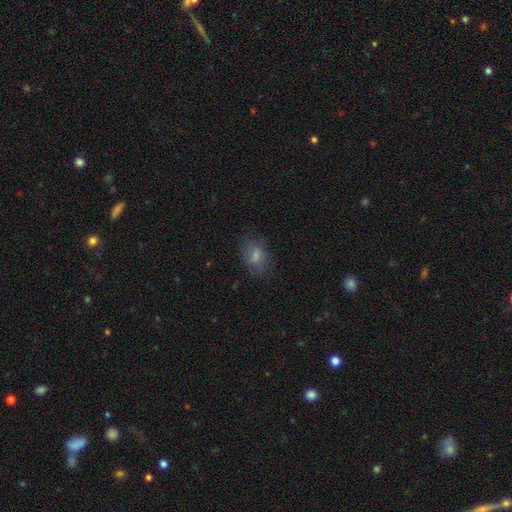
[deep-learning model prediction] A smooth galaxy with no disk features (60%) that is in between round and cigar-shaped (78%). Merging: none (68%).